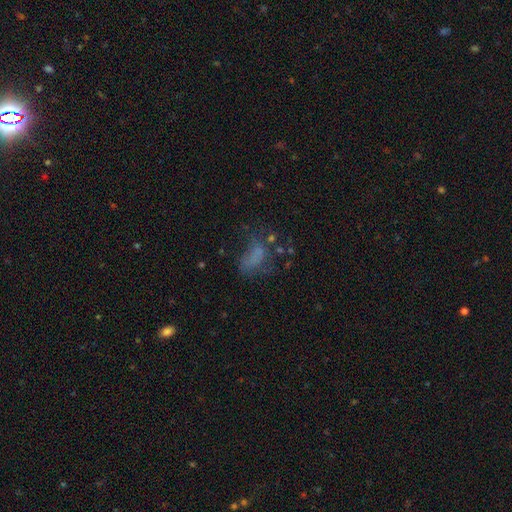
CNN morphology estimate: Smooth or featured? smooth (47%)
Merging? major disturbance (38%)